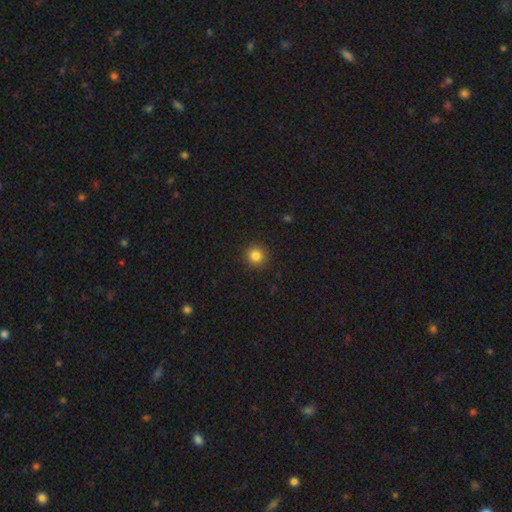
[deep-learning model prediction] Smooth or featured?
  - smooth: 83% *
  - star or artifact: 12%
  - featured or disk: 5%
How rounded?
  - round: 93% *
  - in between: 6%
  - cigar-shaped: 1%
Merging?
  - none: 91% *
  - minor disturbance: 6%
  - major disturbance: 2%
  - merger: 1%